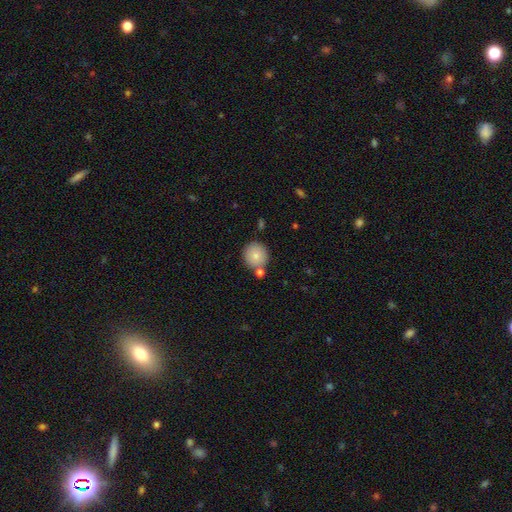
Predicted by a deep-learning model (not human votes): This is clearly a smooth galaxy (81%). How rounded: clearly round (91%). Merging: likely none (75%).